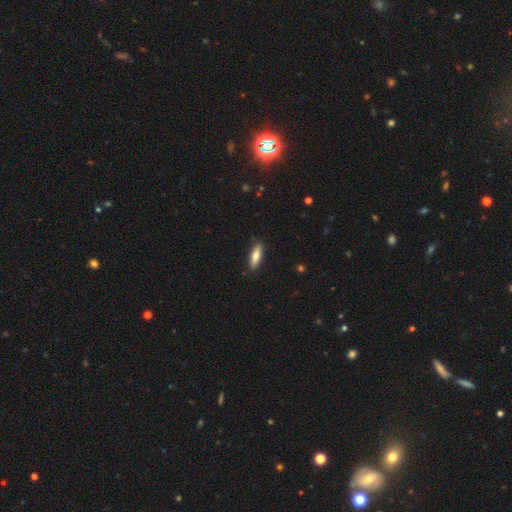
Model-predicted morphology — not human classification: This appears to be a smooth galaxy with no disk features (78%) that is in between round and cigar-shaped (50%). Merging: none (88%).